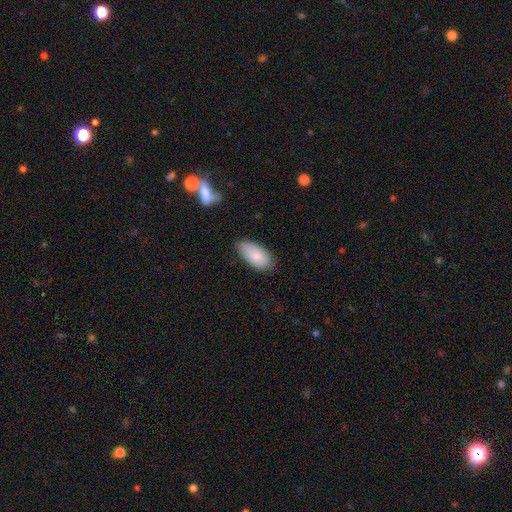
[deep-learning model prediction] The model was most divided on "merging": none: 77%, minor disturbance: 19%, major disturbance: 3%, merger: 1%. More confident: how rounded — in between (94%); smooth or featured — smooth (83%).